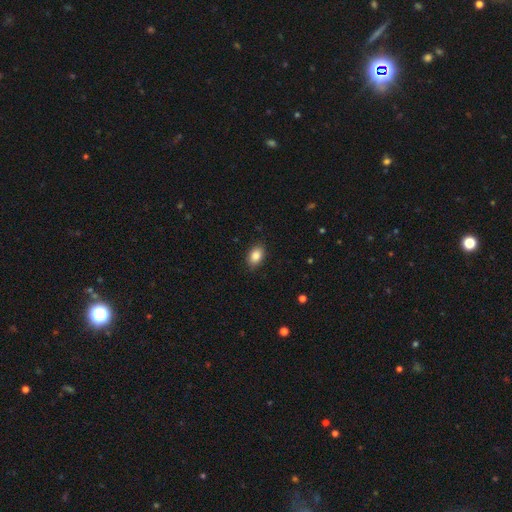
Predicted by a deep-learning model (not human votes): The model was most divided on "how rounded": in between: 86%, round: 13%, cigar-shaped: 1%. More confident: merging — none (88%); smooth or featured — smooth (86%).